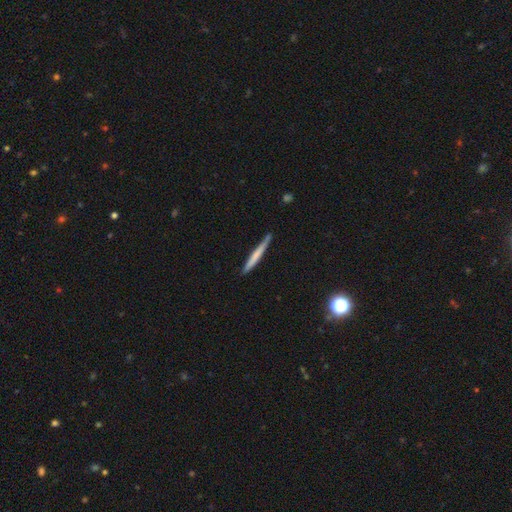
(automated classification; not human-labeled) Smooth or featured: smooth — 61% (featured or disk — 34%)
How rounded: cigar-shaped — 97% (in between — 2%)
Merging: none — 84% (minor disturbance — 12%)